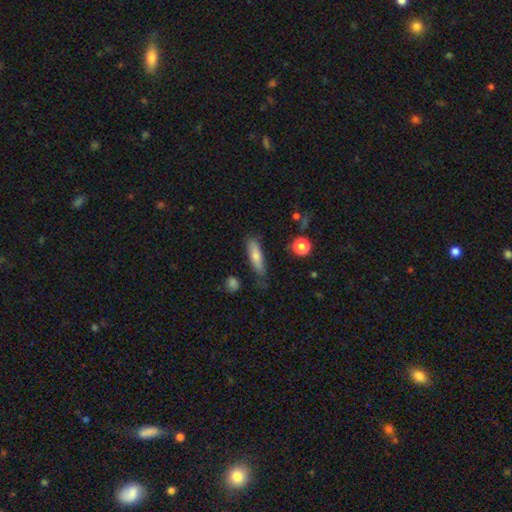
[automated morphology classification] Q: Smooth or featured?
A: smooth (71%); runner-up: featured or disk (22%)
Q: How rounded?
A: cigar-shaped (69%); runner-up: in between (28%)
Q: Merging?
A: none (71%); runner-up: minor disturbance (22%)